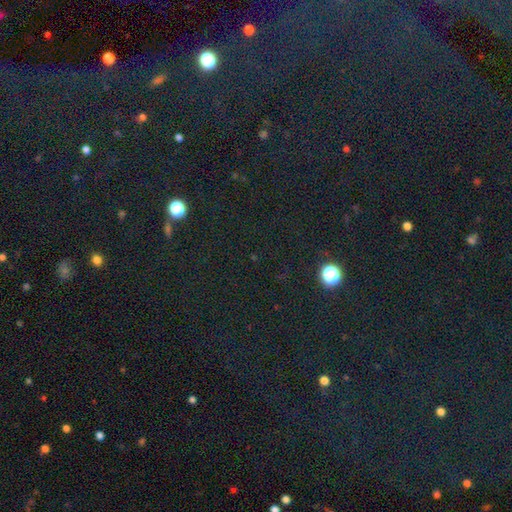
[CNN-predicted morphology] This is likely a star or artifact rather than a galaxy (78%).